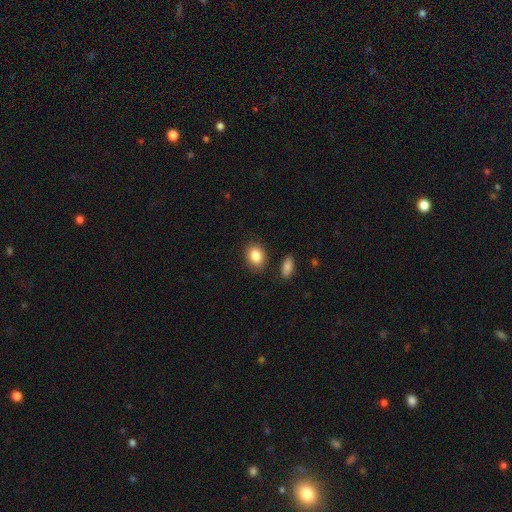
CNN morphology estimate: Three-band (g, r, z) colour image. It shows a smooth galaxy with no disk features (86%) that is in between round and cigar-shaped (72%). Merging: none (83%).